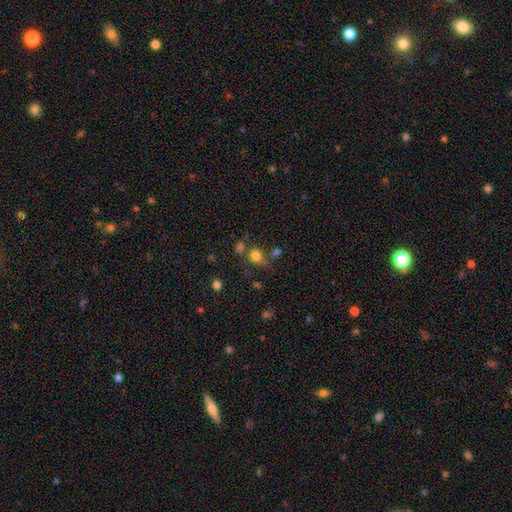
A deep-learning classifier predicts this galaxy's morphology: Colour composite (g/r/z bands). It shows a smooth galaxy with no disk features (77%) that is round (66%). Merging: none (52%).